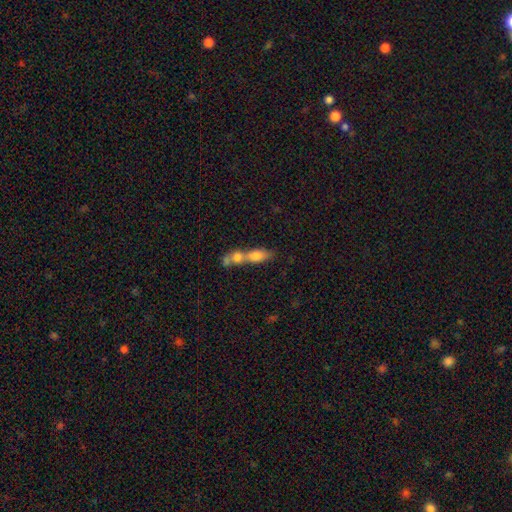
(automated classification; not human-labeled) Q: Smooth or featured?
A: smooth (69%); runner-up: featured or disk (23%)
Q: How rounded?
A: in between (60%); runner-up: cigar-shaped (26%)
Q: Merging?
A: merger (72%); runner-up: none (17%)